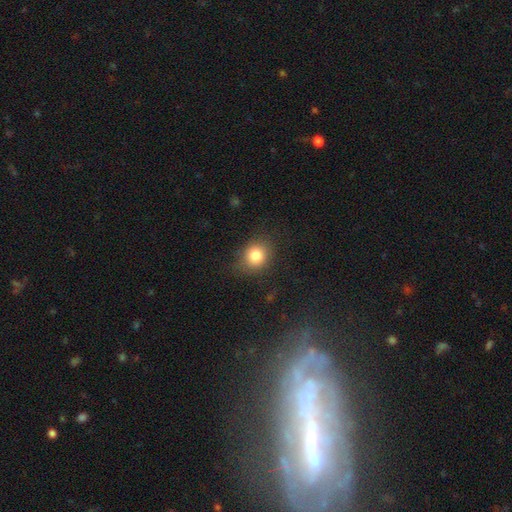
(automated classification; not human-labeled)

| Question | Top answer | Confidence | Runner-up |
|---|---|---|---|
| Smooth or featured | smooth | 82% | star or artifact (11%) |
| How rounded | round | 68% | in between (31%) |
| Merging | none | 79% | minor disturbance (14%) |